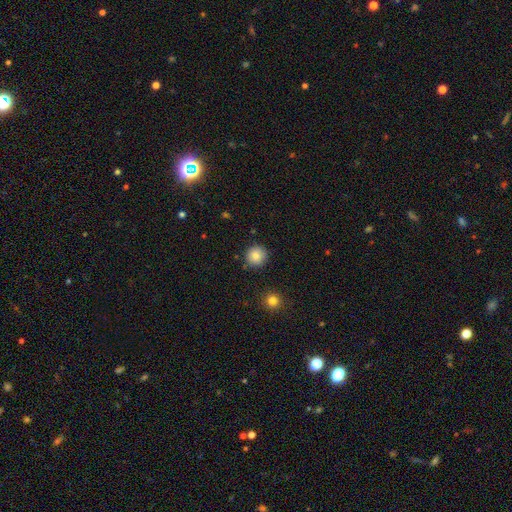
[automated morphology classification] Smooth or featured: smooth — 84% (star or artifact — 10%)
How rounded: round — 94% (in between — 5%)
Merging: none — 90% (minor disturbance — 6%)